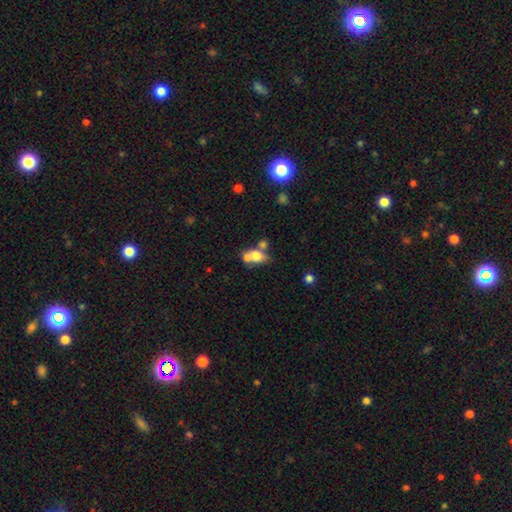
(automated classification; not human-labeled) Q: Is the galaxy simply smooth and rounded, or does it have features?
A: smooth — 67%.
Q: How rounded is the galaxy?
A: in between — 64%.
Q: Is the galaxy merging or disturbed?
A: merger — 52%.